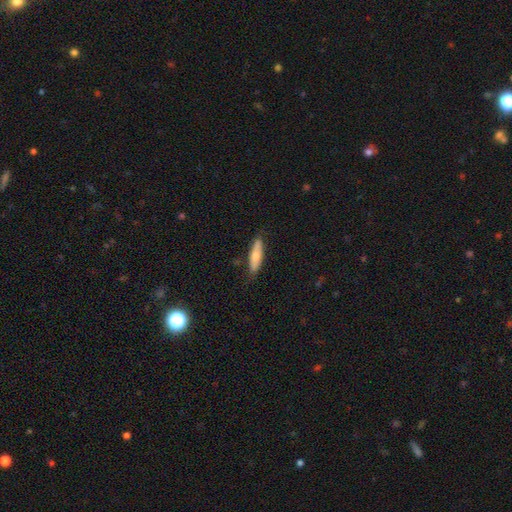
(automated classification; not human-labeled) Smooth or featured?
  - smooth: 66% *
  - featured or disk: 28%
  - star or artifact: 6%
How rounded?
  - cigar-shaped: 66% *
  - in between: 32%
  - round: 2%
Merging?
  - none: 78% *
  - minor disturbance: 17%
  - major disturbance: 3%
  - merger: 2%